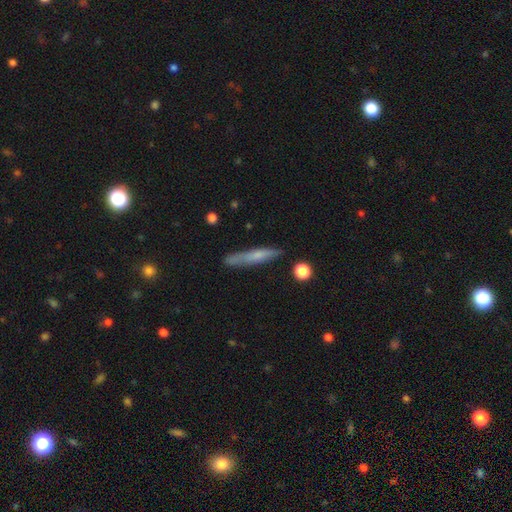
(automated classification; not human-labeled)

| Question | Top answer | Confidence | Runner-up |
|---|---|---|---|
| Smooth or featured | smooth | 57% | featured or disk (36%) |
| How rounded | cigar-shaped | 93% | in between (5%) |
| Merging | none | 79% | minor disturbance (15%) |